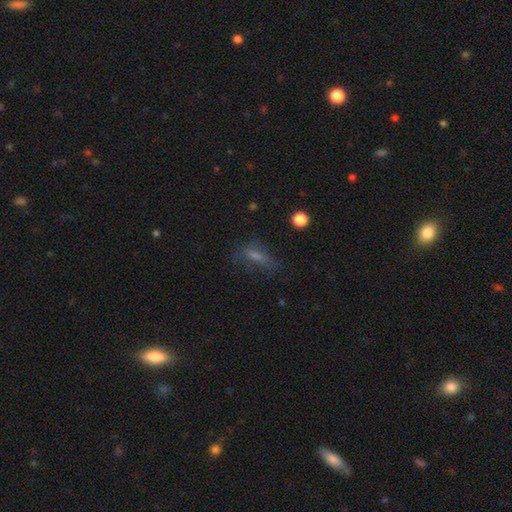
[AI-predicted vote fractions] Q: Smooth or featured?
A: smooth (52%); runner-up: featured or disk (27%)
Q: How rounded?
A: cigar-shaped (51%); runner-up: in between (43%)
Q: Merging?
A: none (57%); runner-up: minor disturbance (23%)